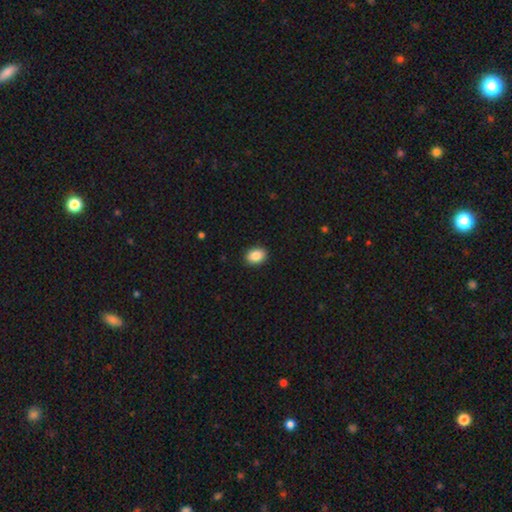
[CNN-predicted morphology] This is clearly a smooth galaxy (88%). How rounded: likely in between (70%). Merging: clearly none (91%).